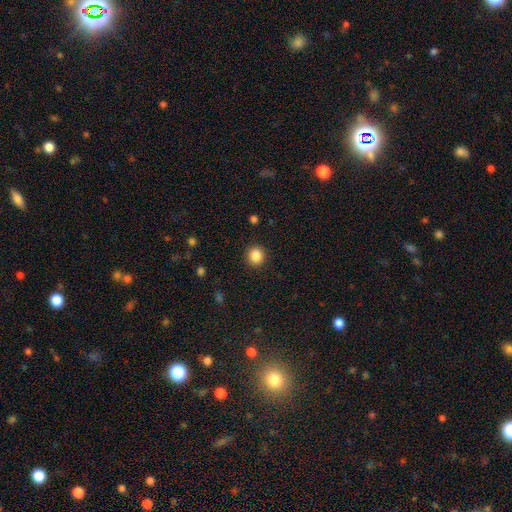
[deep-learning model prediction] A smooth galaxy with no disk features (86%) that is round (87%). Merging: none (91%).